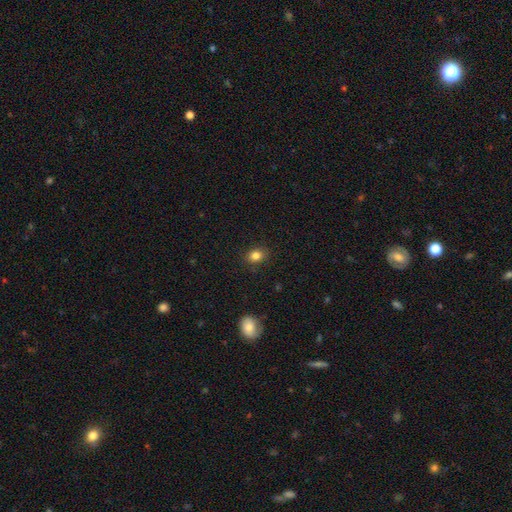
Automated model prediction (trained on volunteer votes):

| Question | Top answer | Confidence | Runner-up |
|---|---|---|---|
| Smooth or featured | smooth | 84% | star or artifact (11%) |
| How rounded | round | 53% | in between (46%) |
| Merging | none | 87% | minor disturbance (9%) |